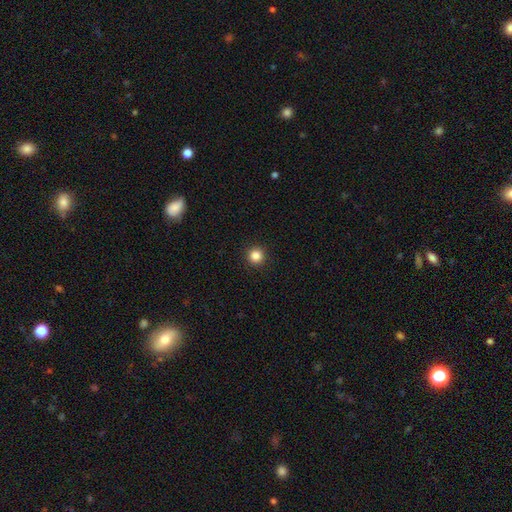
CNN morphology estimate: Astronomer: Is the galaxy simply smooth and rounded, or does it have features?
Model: smooth — 84%.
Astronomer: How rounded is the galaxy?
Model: round — 96%.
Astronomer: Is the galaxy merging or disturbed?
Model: none — 93%.